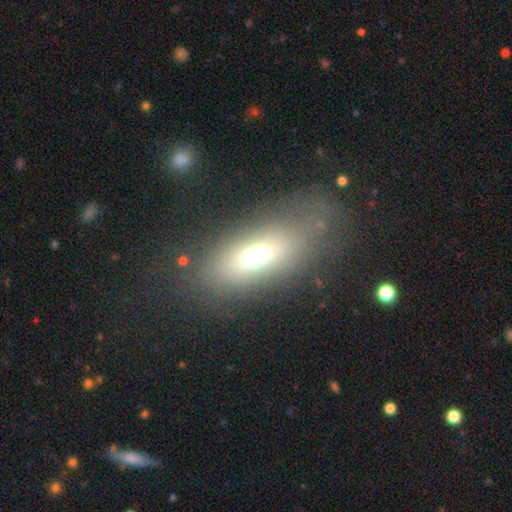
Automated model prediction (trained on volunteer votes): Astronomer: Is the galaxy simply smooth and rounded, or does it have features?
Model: smooth — 61%.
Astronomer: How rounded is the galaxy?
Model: in between — 74%.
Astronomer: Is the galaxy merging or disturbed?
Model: none — 67%.